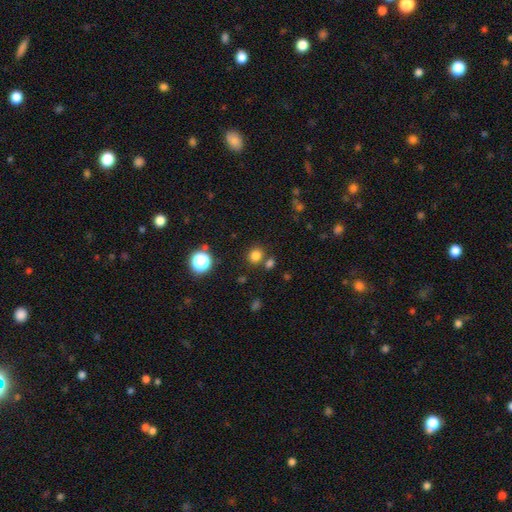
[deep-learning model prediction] This is likely a smooth galaxy (78%). How rounded: likely round (77%). Merging: likely none (76%).